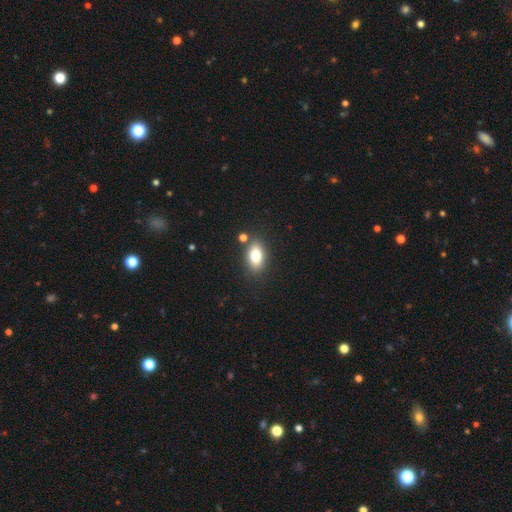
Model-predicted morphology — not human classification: A smooth galaxy with no disk features (79%) that is in between round and cigar-shaped (86%).

Vote fractions:
- Smooth or featured? smooth: 79% / featured or disk: 12% / star or artifact: 9%
- How rounded? in between: 86% / round: 11% / cigar-shaped: 3%
- Merging? none: 80% / minor disturbance: 10% / merger: 7% / major disturbance: 3%